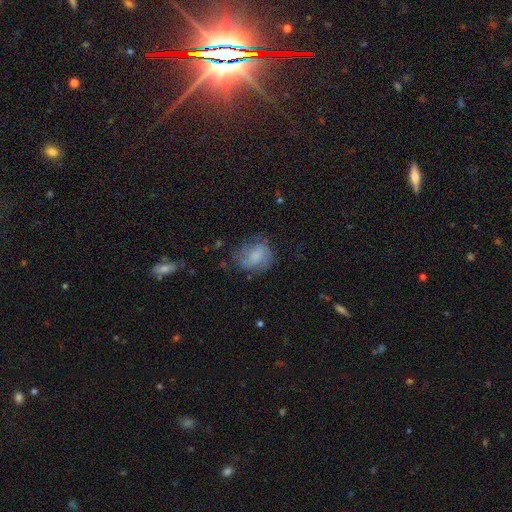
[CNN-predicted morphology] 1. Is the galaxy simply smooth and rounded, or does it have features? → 55% smooth, 35% featured or disk, 9% star or artifact.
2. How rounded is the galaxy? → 51% round, 48% in between, 1% cigar-shaped.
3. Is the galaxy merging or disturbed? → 59% none, 25% minor disturbance, 14% major disturbance, 2% merger.